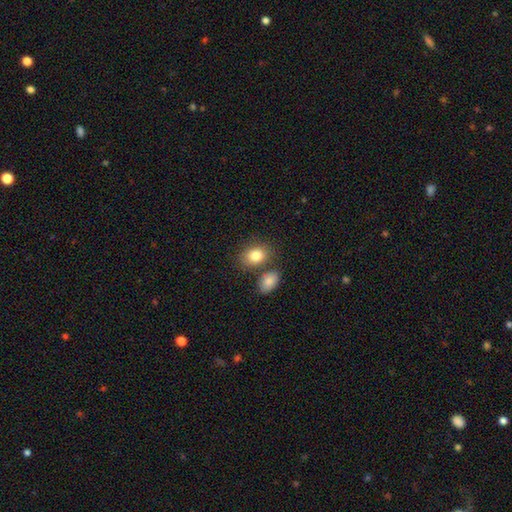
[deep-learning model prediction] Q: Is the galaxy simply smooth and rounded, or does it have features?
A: smooth — 83%.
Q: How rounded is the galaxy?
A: in between — 69%.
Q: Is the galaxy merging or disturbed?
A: none — 63%.